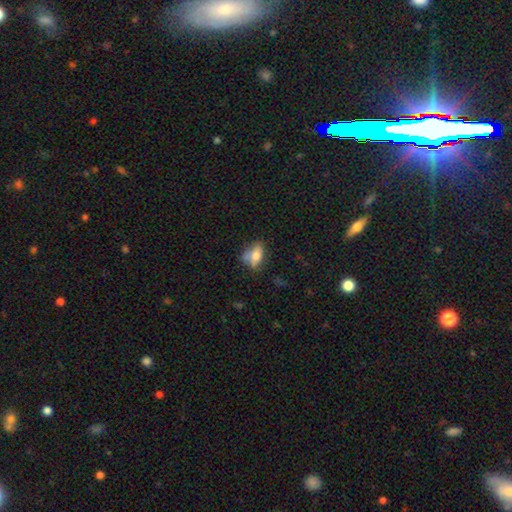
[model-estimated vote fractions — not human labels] The model was most divided on "merging": none: 45%, minor disturbance: 30%, major disturbance: 17%, merger: 8%. More confident: how rounded — in between (80%); smooth or featured — smooth (66%).